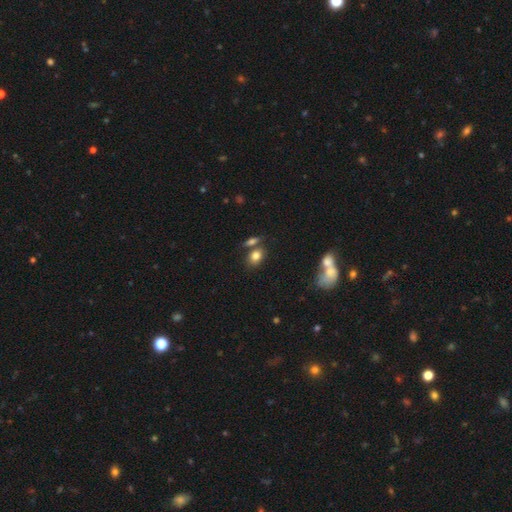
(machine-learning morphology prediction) The model was most divided on "merging": none: 60%, merger: 24%, minor disturbance: 12%, major disturbance: 4%. More confident: smooth or featured — smooth (81%); how rounded — in between (69%).